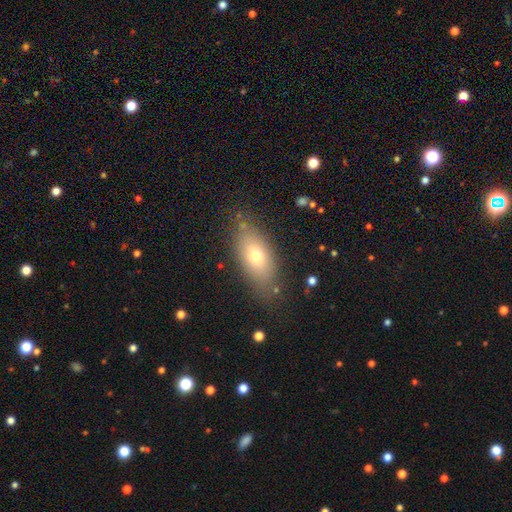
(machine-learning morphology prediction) The model was most divided on "smooth or featured": smooth: 68%, featured or disk: 22%, star or artifact: 11%. More confident: how rounded — in between (80%); merging — none (80%).